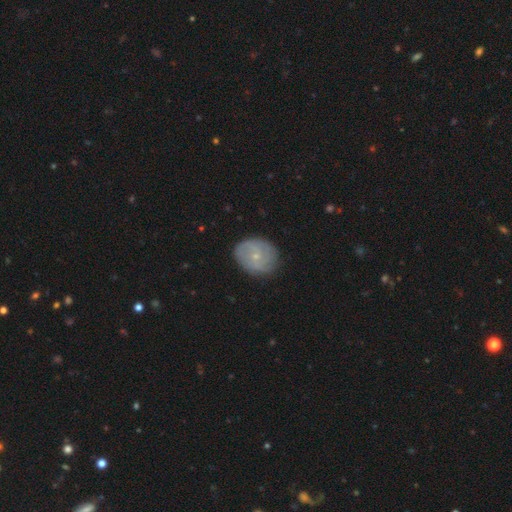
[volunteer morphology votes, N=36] This is likely a featured or disk galaxy (64%). It is clearly not viewed edge-on (100%). Bar: likely no (74%). Spiral arm pattern: clearly yes (83%). Spiral arm count: likely can't tell (63%). Spiral winding: possibly tight (53%). Central bulge: likely small (78%). Merging: clearly none (89%).